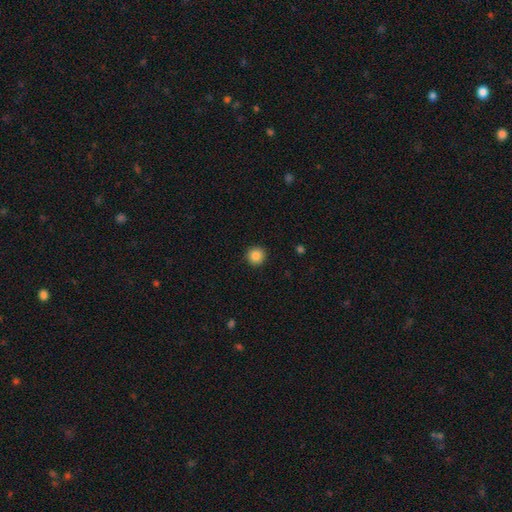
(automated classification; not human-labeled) smooth-or-featured: smooth: 86% | star or artifact: 10% | featured or disk: 4%
  how-rounded: round: 95% | in between: 4% | cigar-shaped: 1%
  merging: none: 92% | minor disturbance: 5% | major disturbance: 2% | merger: 1%